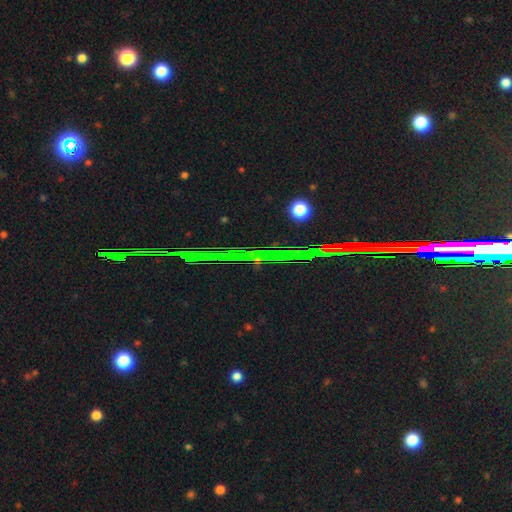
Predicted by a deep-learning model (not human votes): star or artifact 83%, featured or disk 9%, smooth 7%.